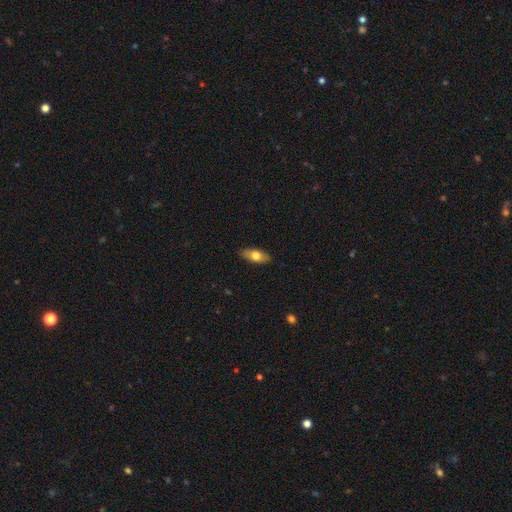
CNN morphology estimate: This is likely a smooth galaxy (71%). How rounded: clearly in between (82%). Merging: clearly none (88%).